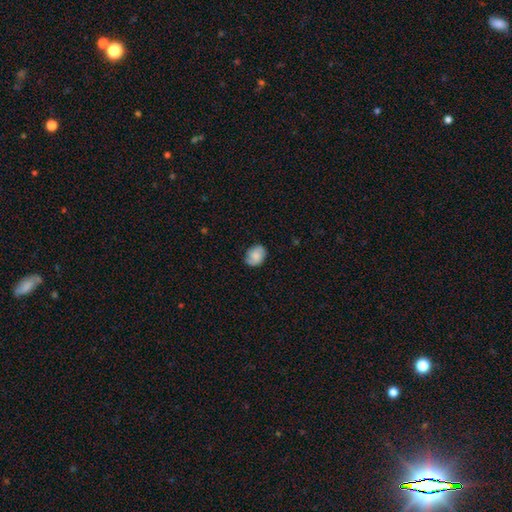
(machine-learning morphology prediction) A smooth galaxy with no disk features (67%) that is in between round and cigar-shaped (58%).

Vote fractions:
- Smooth or featured? smooth: 67% / featured or disk: 24% / star or artifact: 8%
- How rounded? in between: 58% / round: 41% / cigar-shaped: 1%
- Merging? none: 77% / minor disturbance: 18% / major disturbance: 4% / merger: 1%